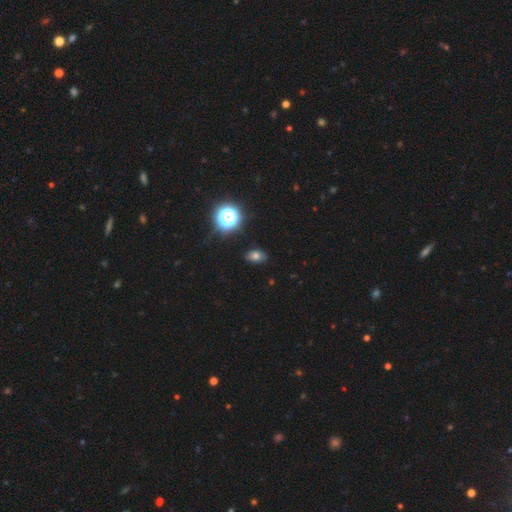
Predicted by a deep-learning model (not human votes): Q: Smooth or featured?
A: smooth (68%); runner-up: star or artifact (22%)
Q: How rounded?
A: in between (81%); runner-up: round (17%)
Q: Merging?
A: none (85%); runner-up: minor disturbance (11%)